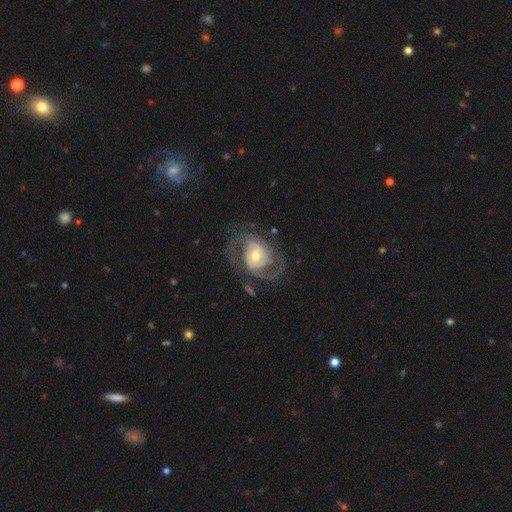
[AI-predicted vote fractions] Smooth or featured? featured or disk (87%)
Edge-on disk? no (97%)
Bar? no (56%)
Spiral arms? yes (94%)
Spiral winding? medium (47%)
Spiral arm count? 2 (70%)
Bulge size? moderate (64%)
Merging? none (65%)